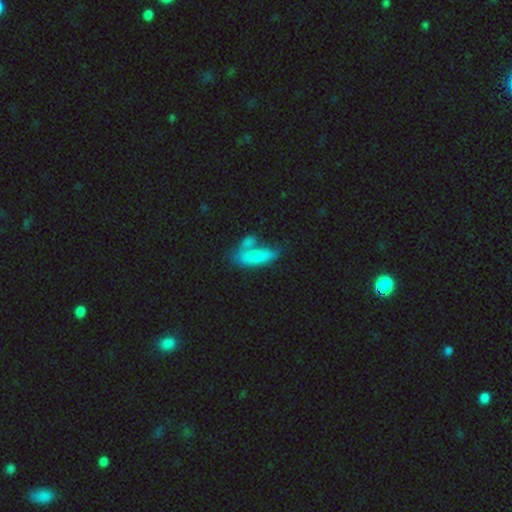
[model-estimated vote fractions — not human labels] smooth 70%, featured or disk 21%, star or artifact 9%. Down the decision tree: how rounded — in between (68%); merging — merger (40%).